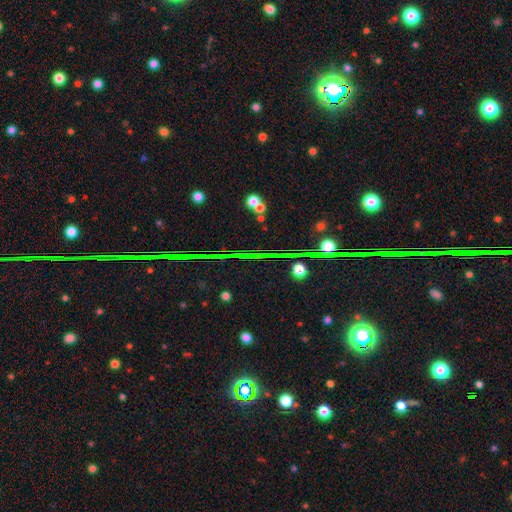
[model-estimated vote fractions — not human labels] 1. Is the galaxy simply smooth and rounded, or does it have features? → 76% star or artifact, 12% smooth, 12% featured or disk.